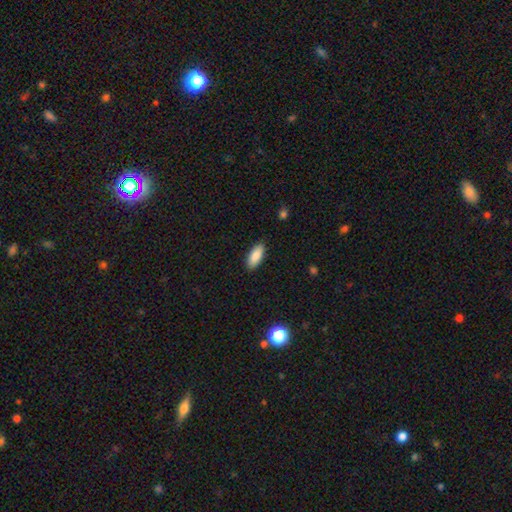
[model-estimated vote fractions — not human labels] A smooth galaxy with no disk features (89%) that is in between round and cigar-shaped (83%). Merging: none (88%).